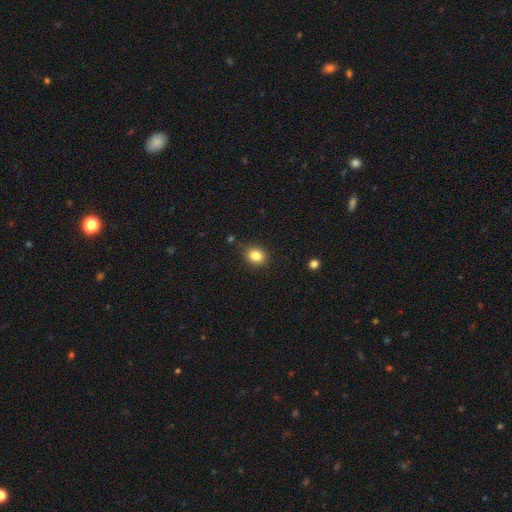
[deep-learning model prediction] Smooth or featured: smooth — 85% (star or artifact — 10%)
How rounded: round — 60% (in between — 39%)
Merging: none — 87% (minor disturbance — 9%)